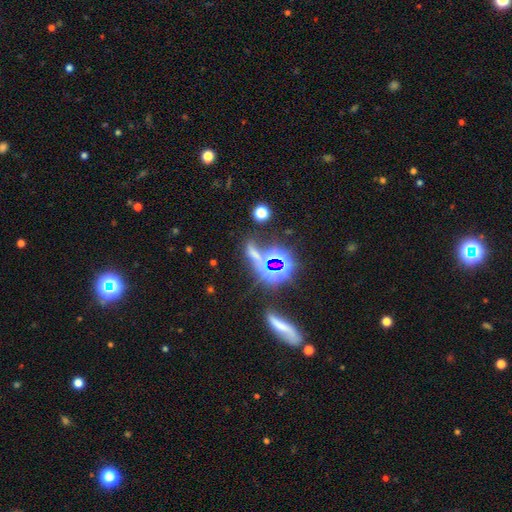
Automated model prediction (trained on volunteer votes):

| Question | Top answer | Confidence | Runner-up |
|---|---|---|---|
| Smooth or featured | star or artifact | 58% | smooth (31%) |